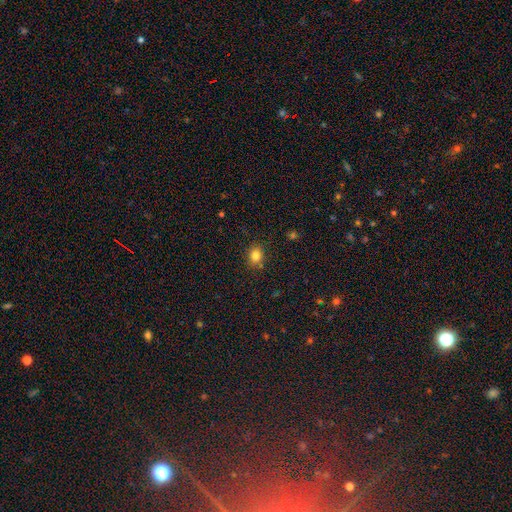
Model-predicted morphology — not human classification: The model was most divided on "how rounded": round: 64%, in between: 35%, cigar-shaped: 1%. More confident: merging — none (84%); smooth or featured — smooth (81%).